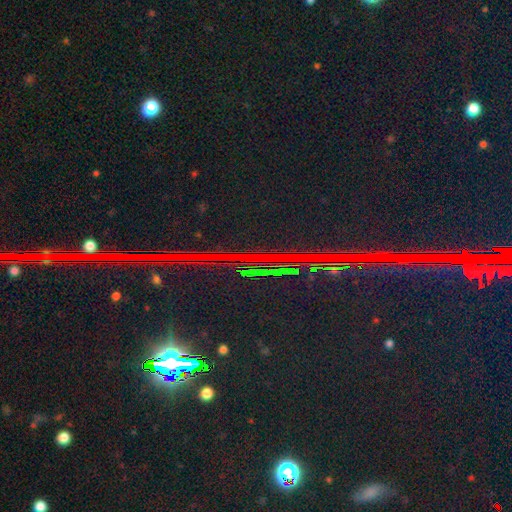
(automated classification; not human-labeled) A star or artifact, not a galaxy (86%).

Vote fractions:
- Smooth or featured? star or artifact: 86% / featured or disk: 7% / smooth: 6%